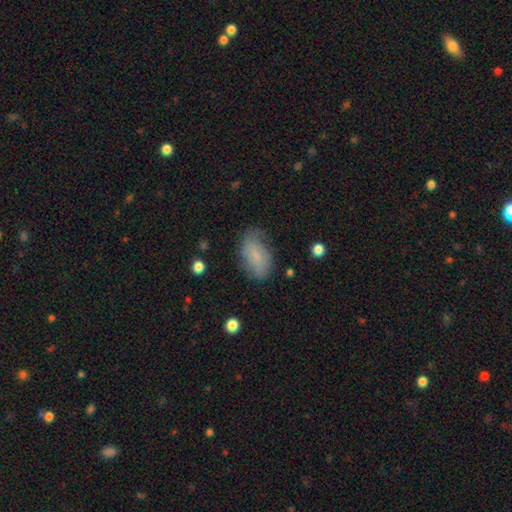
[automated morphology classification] smooth_or_featured: smooth (p=0.66) [alt: featured or disk p=0.26]
how_rounded: in between (p=0.91) [alt: round p=0.06]
merging: none (p=0.65) [alt: minor disturbance p=0.25]